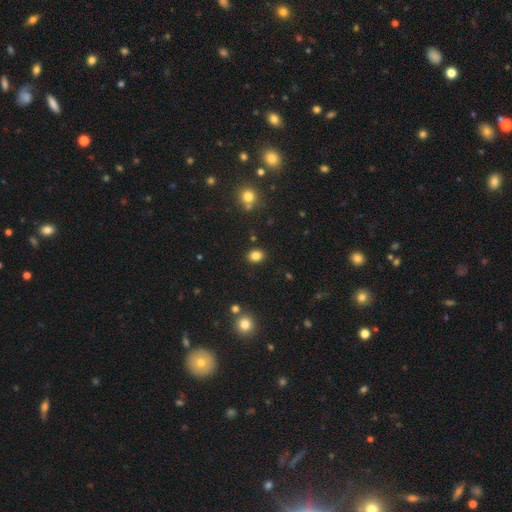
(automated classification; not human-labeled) Q: Smooth or featured?
A: smooth (83%); runner-up: star or artifact (12%)
Q: How rounded?
A: in between (51%); runner-up: round (48%)
Q: Merging?
A: none (88%); runner-up: minor disturbance (8%)